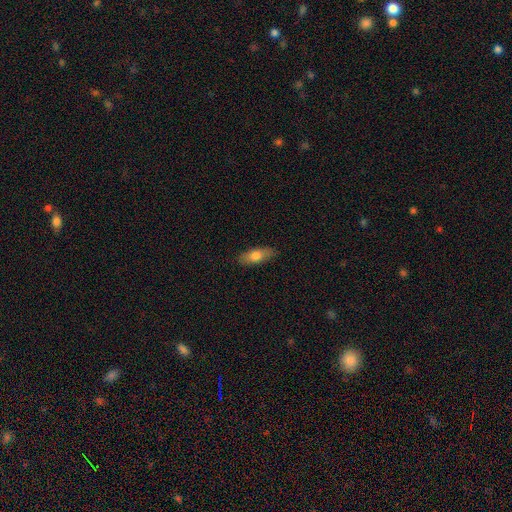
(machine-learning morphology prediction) type=smooth (73%); roundness=in between (72%); merging=none (87%).